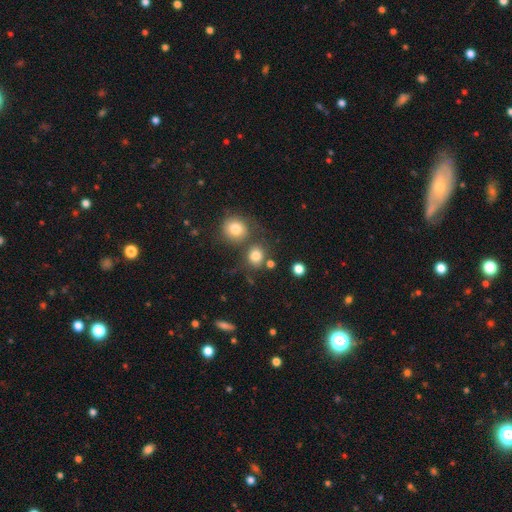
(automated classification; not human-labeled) Morphology: type=smooth (81%); roundness=round (75%); merging=none (61%).